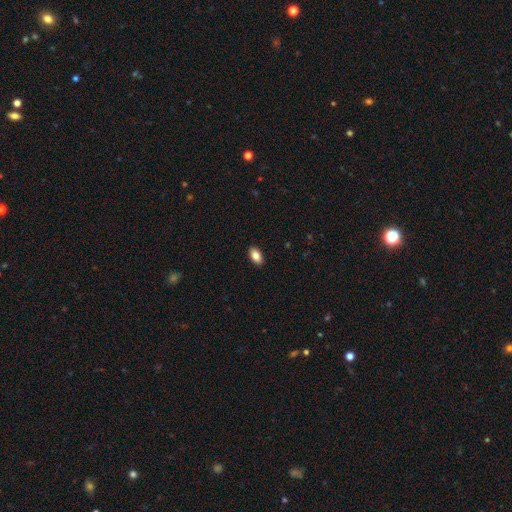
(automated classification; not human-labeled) Morphology: type=smooth (86%); roundness=in between (92%); merging=none (90%).